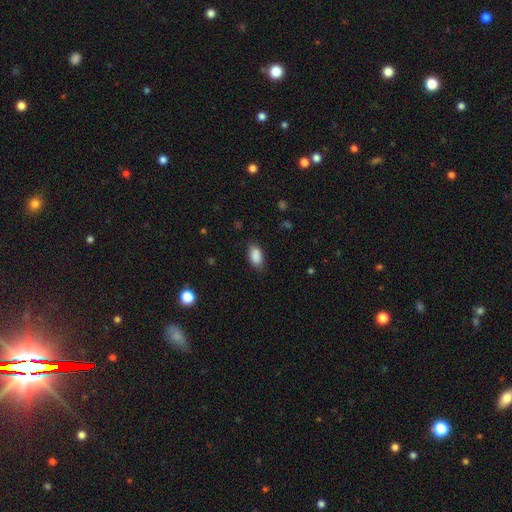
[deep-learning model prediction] Smooth or featured? Predicted: smooth (p=0.88). How rounded? Predicted: in between (p=0.91). Merging? Predicted: none (p=0.79).